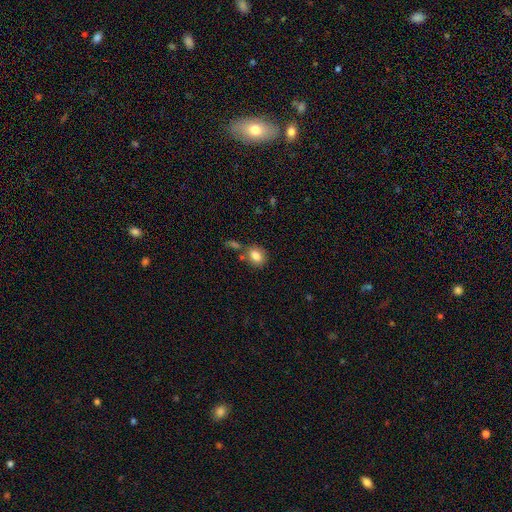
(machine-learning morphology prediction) Overall: smooth (81%). How rounded: round (56%; in between 43%). Merging: none (67%).